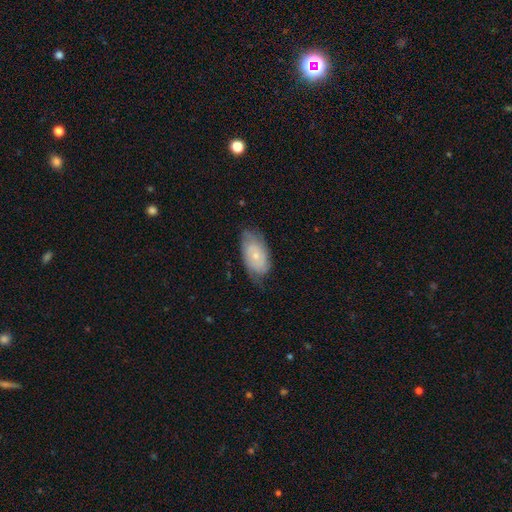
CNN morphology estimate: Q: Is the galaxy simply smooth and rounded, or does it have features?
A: featured or disk — 49%.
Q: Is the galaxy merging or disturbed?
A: none — 65%.